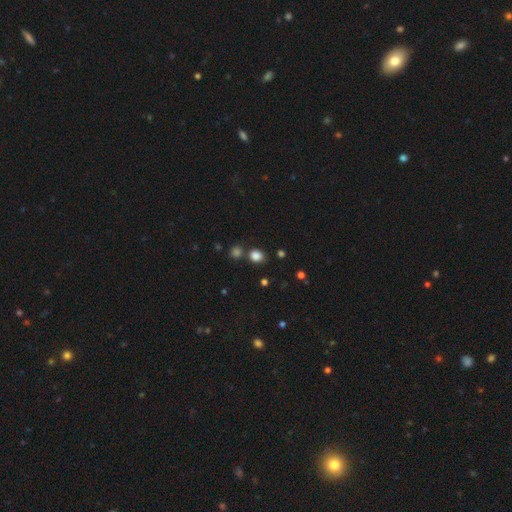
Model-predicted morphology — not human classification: Q: Smooth or featured?
A: smooth (82%); runner-up: star or artifact (14%)
Q: How rounded?
A: round (58%); runner-up: in between (41%)
Q: Merging?
A: none (73%); runner-up: merger (13%)